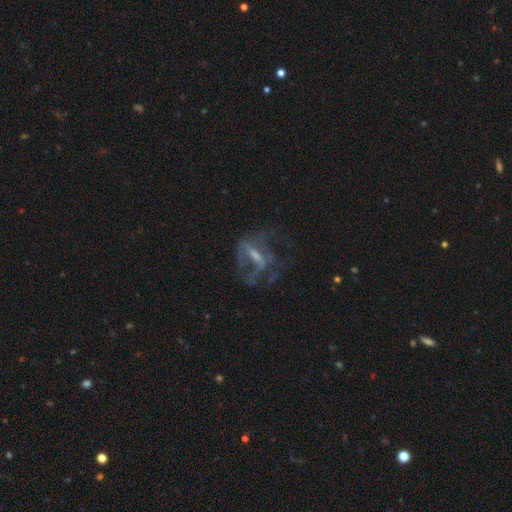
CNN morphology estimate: This is likely a featured or disk galaxy (67%). It is clearly not viewed edge-on (90%). Bar: marginally weak (36%). Spiral arm pattern: possibly no (56%). Central bulge: marginally small (39%). Merging: marginally major disturbance (45%).